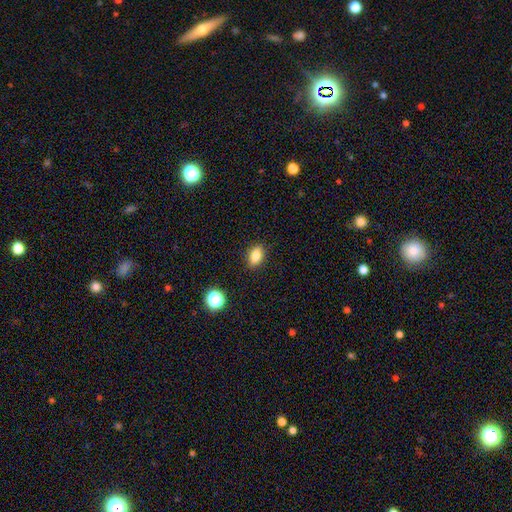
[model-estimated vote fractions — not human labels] Smooth or featured? Predicted: smooth (p=0.83). How rounded? Predicted: in between (p=0.83). Merging? Predicted: none (p=0.88).